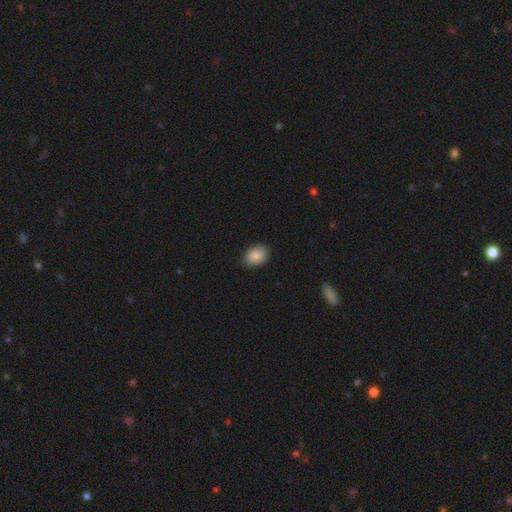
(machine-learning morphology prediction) Smooth or featured?
  - smooth: 88% *
  - star or artifact: 7%
  - featured or disk: 5%
How rounded?
  - in between: 77% *
  - round: 22%
  - cigar-shaped: 1%
Merging?
  - none: 87% *
  - minor disturbance: 10%
  - major disturbance: 2%
  - merger: 1%